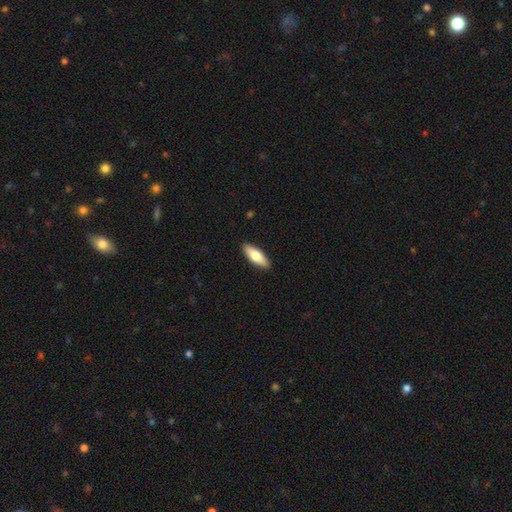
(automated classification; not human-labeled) smooth 70%, featured or disk 24%, star or artifact 5%. Down the decision tree: how rounded — in between (61%); merging — none (90%).